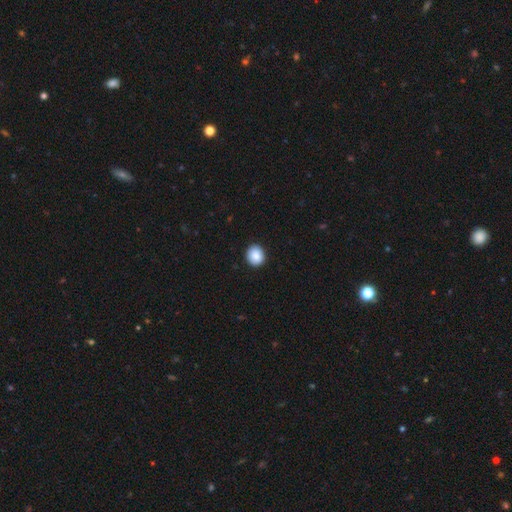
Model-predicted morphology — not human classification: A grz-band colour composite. It shows a smooth galaxy with no disk features (88%) that is round (81%). Merging: none (91%).